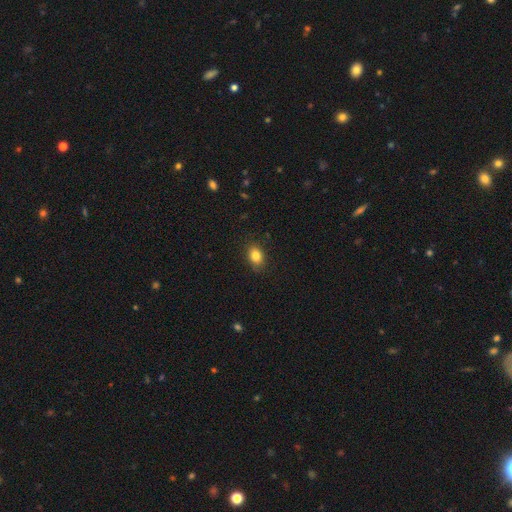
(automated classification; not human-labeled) Q: Smooth or featured?
A: smooth (84%); runner-up: star or artifact (9%)
Q: How rounded?
A: in between (73%); runner-up: round (25%)
Q: Merging?
A: none (86%); runner-up: minor disturbance (11%)